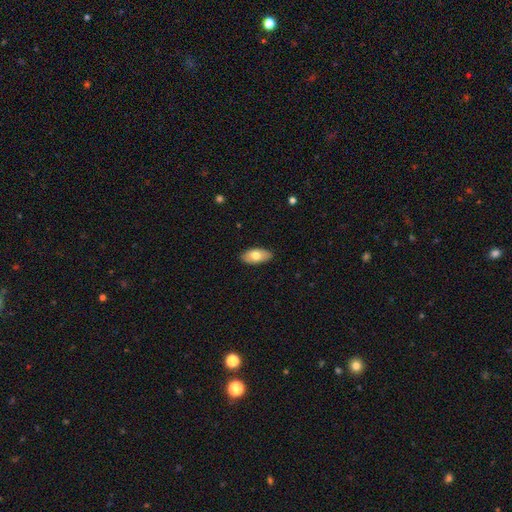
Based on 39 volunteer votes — Smooth or featured?
  - smooth: 59% *
  - featured or disk: 33%
  - star or artifact: 8%
How rounded?
  - in between: 96% *
  - round: 4%
  - cigar-shaped: 0%
Merging?
  - none: 83% *
  - minor disturbance: 8%
  - major disturbance: 6%
  - merger: 3%